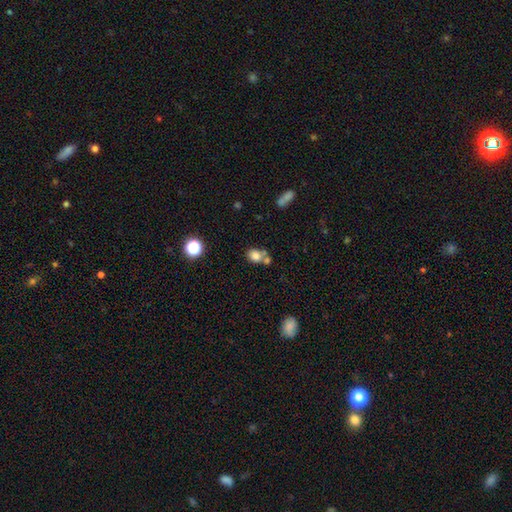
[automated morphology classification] A smooth galaxy with no disk features (78%) that is in between round and cigar-shaped (50%).

Vote fractions:
- Smooth or featured? smooth: 78% / star or artifact: 12% / featured or disk: 10%
- How rounded? in between: 50% / round: 49% / cigar-shaped: 1%
- Merging? none: 47% / merger: 34% / minor disturbance: 13% / major disturbance: 5%